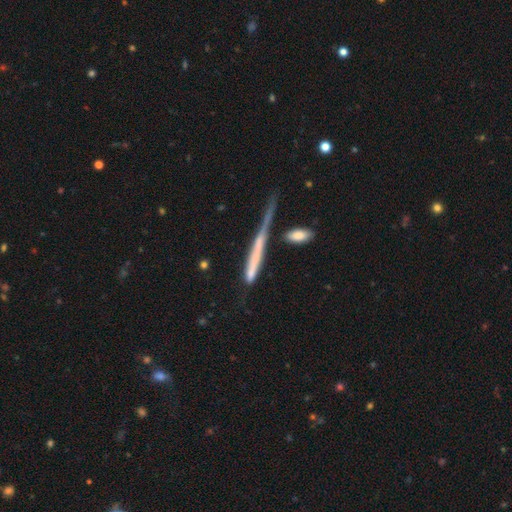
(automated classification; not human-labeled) Smooth or featured?
  - featured or disk: 46% *
  - smooth: 44%
  - star or artifact: 9%
Merging?
  - none: 40% *
  - merger: 24%
  - minor disturbance: 20%
  - major disturbance: 16%